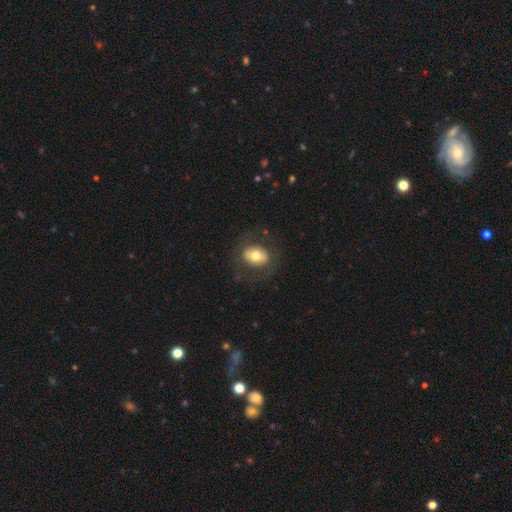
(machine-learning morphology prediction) Smooth or featured: smooth — 66% (featured or disk — 26%)
How rounded: in between — 58% (round — 41%)
Merging: none — 77% (minor disturbance — 13%)